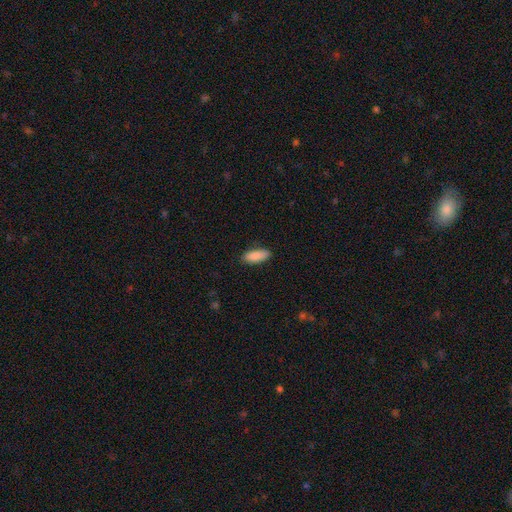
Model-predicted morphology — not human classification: Smooth or featured?
  - smooth: 89% *
  - star or artifact: 6%
  - featured or disk: 5%
How rounded?
  - in between: 78% *
  - cigar-shaped: 20%
  - round: 2%
Merging?
  - none: 86% *
  - minor disturbance: 11%
  - major disturbance: 2%
  - merger: 1%